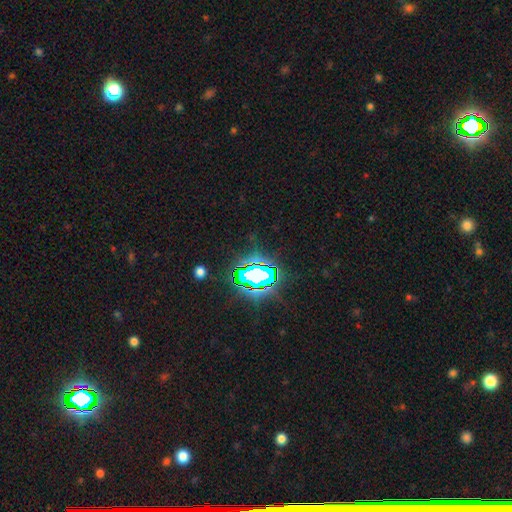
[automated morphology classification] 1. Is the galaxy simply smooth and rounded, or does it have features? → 73% star or artifact, 15% smooth, 12% featured or disk.